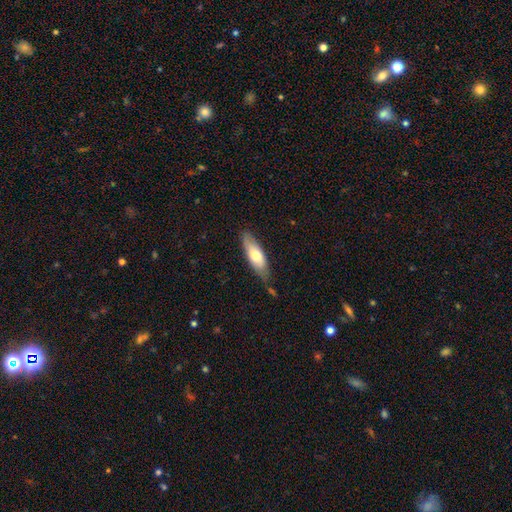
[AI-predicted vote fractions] This appears to be a smooth galaxy with no disk features (69%) that is in between round and cigar-shaped (55%). Merging: none (72%).